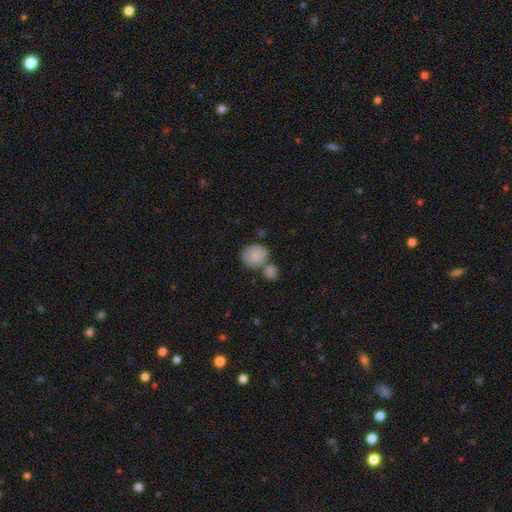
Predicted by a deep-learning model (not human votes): smooth 83%, featured or disk 10%, star or artifact 7%. Down the decision tree: how rounded — round (67%); merging — none (47%).